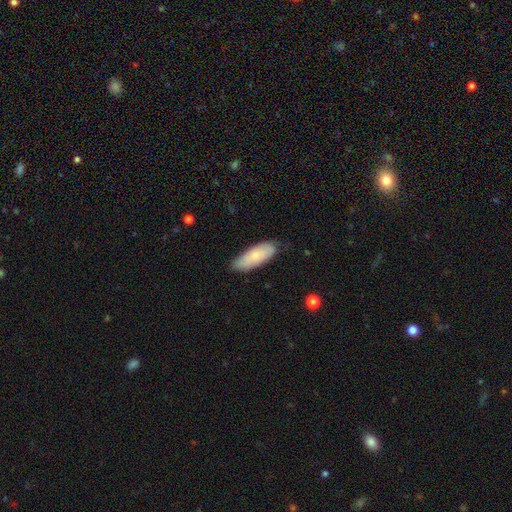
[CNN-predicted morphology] Smooth or featured? smooth (76%)
How rounded? in between (74%)
Merging? none (75%)